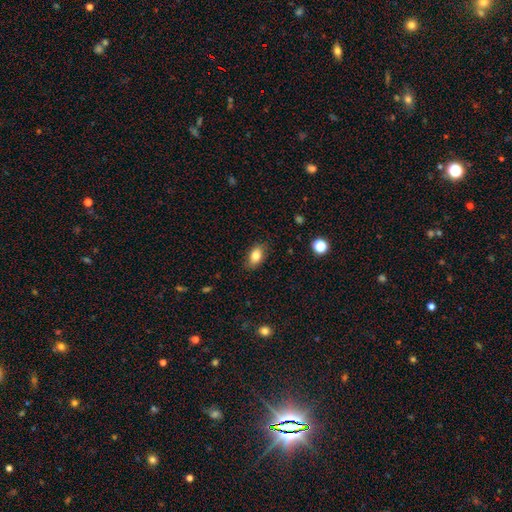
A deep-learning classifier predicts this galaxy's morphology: The model was most divided on "smooth or featured": smooth: 80%, featured or disk: 11%, star or artifact: 8%. More confident: how rounded — in between (87%); merging — none (83%).